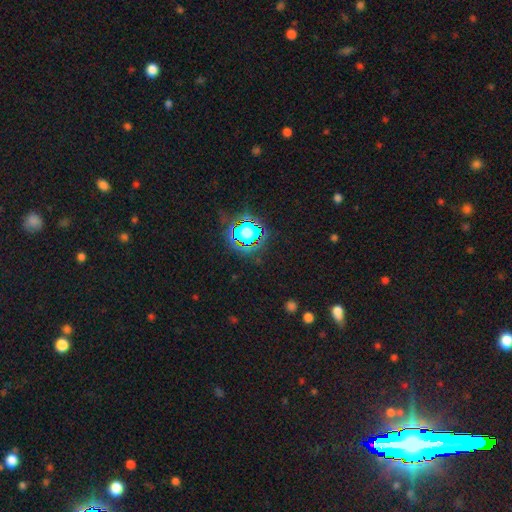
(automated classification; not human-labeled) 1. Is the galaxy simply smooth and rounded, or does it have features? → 77% star or artifact, 15% smooth, 8% featured or disk.